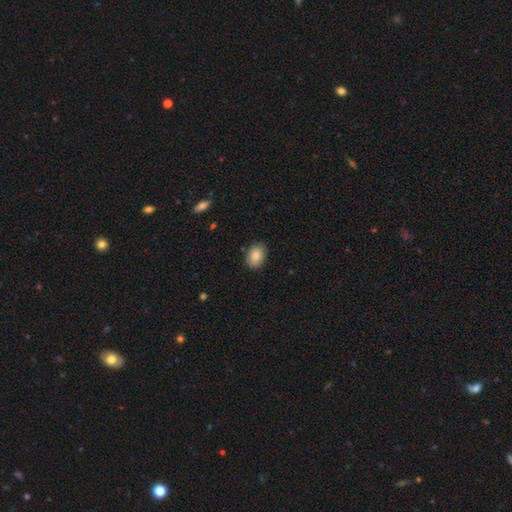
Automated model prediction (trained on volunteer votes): Smooth or featured?
  - smooth: 86% *
  - star or artifact: 8%
  - featured or disk: 6%
How rounded?
  - in between: 77% *
  - round: 22%
  - cigar-shaped: 1%
Merging?
  - none: 85% *
  - minor disturbance: 11%
  - major disturbance: 2%
  - merger: 1%